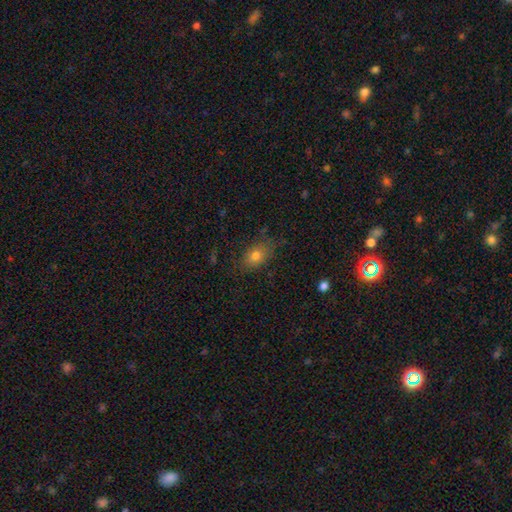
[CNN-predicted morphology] Q: Smooth or featured?
A: smooth (76%); runner-up: star or artifact (13%)
Q: How rounded?
A: in between (75%); runner-up: round (21%)
Q: Merging?
A: none (78%); runner-up: minor disturbance (16%)